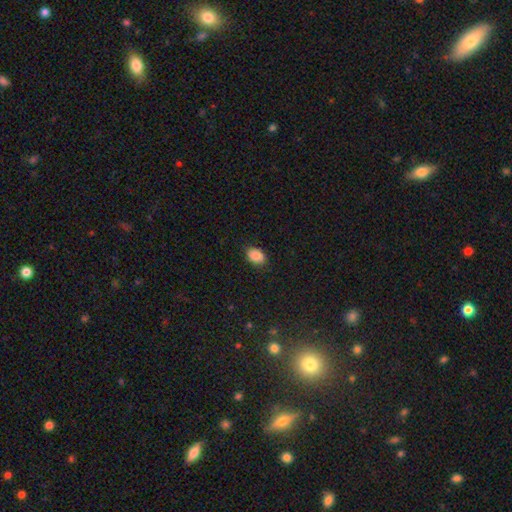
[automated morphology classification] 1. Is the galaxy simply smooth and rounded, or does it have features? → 87% smooth, 8% star or artifact, 5% featured or disk.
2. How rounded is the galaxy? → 85% in between, 14% round, 1% cigar-shaped.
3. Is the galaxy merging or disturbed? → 84% none, 13% minor disturbance, 3% major disturbance, 1% merger.